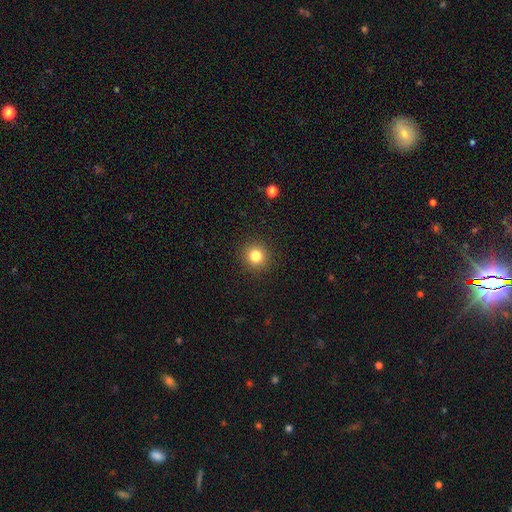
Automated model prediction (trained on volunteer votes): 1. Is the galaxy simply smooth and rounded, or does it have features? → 83% smooth, 12% star or artifact, 5% featured or disk.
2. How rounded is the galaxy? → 92% round, 7% in between, 1% cigar-shaped.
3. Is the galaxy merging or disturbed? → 91% none, 6% minor disturbance, 2% major disturbance, 1% merger.